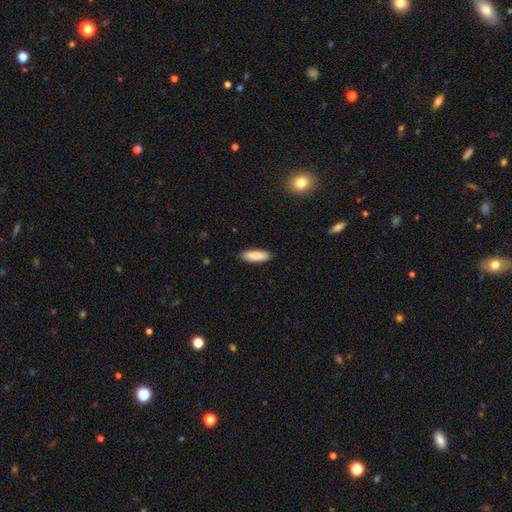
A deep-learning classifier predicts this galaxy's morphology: smooth 89%, star or artifact 6%, featured or disk 5%. Down the decision tree: how rounded — in between (53%); merging — none (89%).